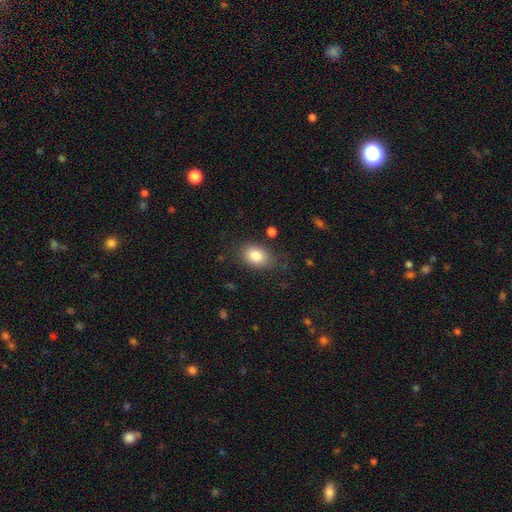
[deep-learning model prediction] Smooth or featured? Predicted: smooth (p=0.84). How rounded? Predicted: in between (p=0.78). Merging? Predicted: none (p=0.81).